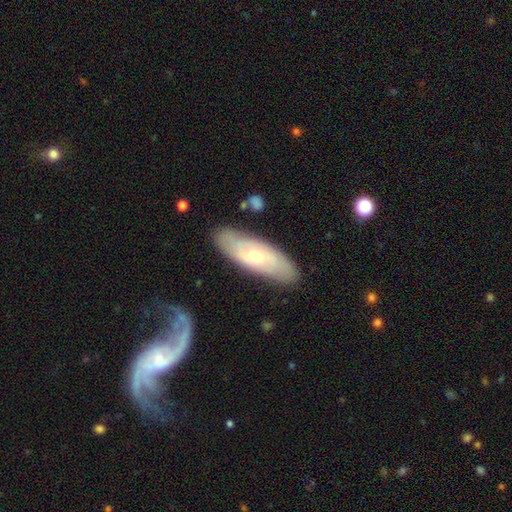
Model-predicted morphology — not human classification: smooth_or_featured: featured or disk (p=0.52) [alt: smooth p=0.42]
disk_edge_on: no (p=0.76) [alt: yes p=0.24]
merging: none (p=0.83) [alt: minor disturbance p=0.12]